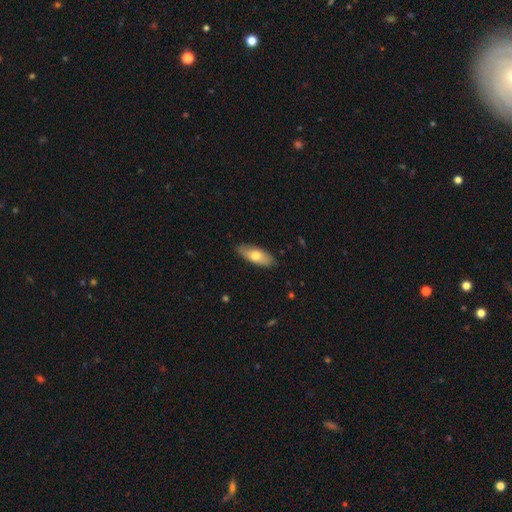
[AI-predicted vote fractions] This appears to be a smooth galaxy with no disk features (69%) that is in between round and cigar-shaped (75%). Merging: none (85%).